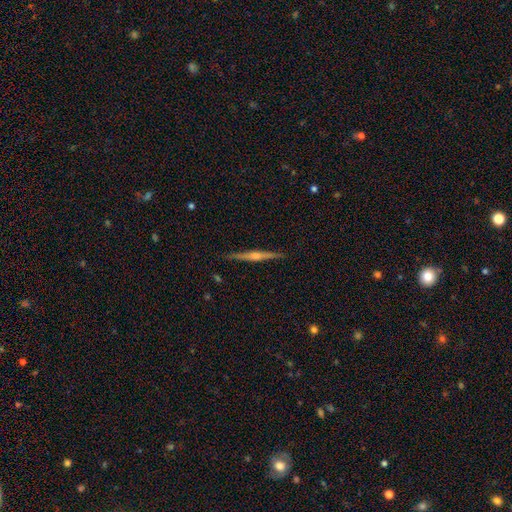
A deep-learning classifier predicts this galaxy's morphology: This is likely a featured or disk galaxy (79%). It is clearly viewed edge-on (98%). Edge-on bulge: clearly rounded (80%). Merging: clearly none (90%).